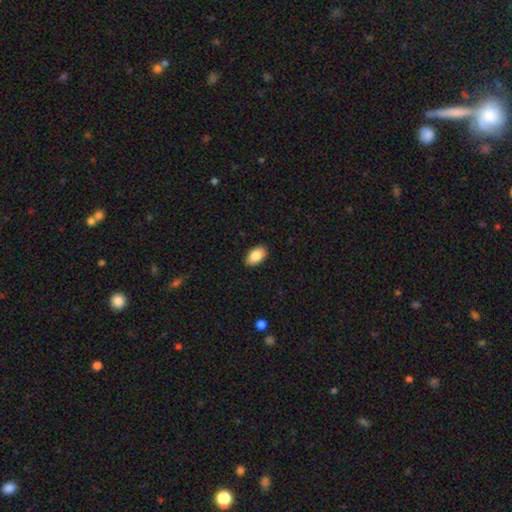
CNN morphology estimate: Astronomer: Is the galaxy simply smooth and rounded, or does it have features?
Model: smooth — 86%.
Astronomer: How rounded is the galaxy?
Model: in between — 93%.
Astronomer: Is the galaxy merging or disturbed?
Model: none — 89%.